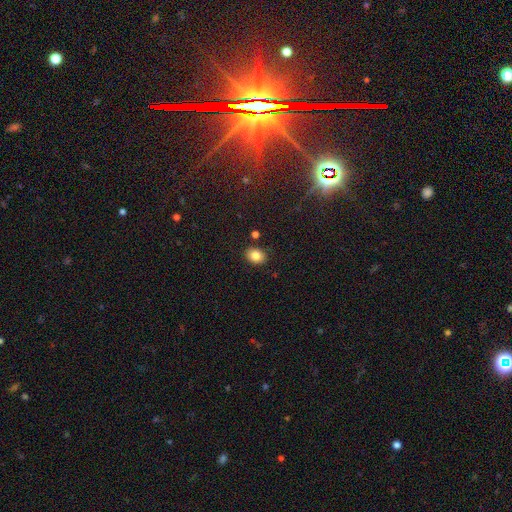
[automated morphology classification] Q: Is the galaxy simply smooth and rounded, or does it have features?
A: smooth — 83%.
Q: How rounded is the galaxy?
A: in between — 58%.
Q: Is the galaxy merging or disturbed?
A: none — 87%.